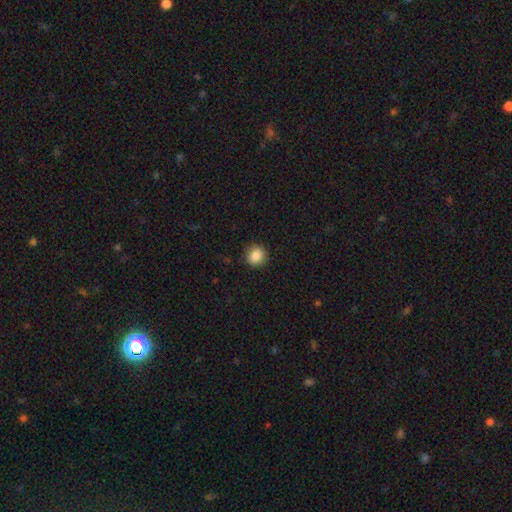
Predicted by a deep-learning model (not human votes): Morphology: type=smooth (87%); roundness=round (87%); merging=none (88%).